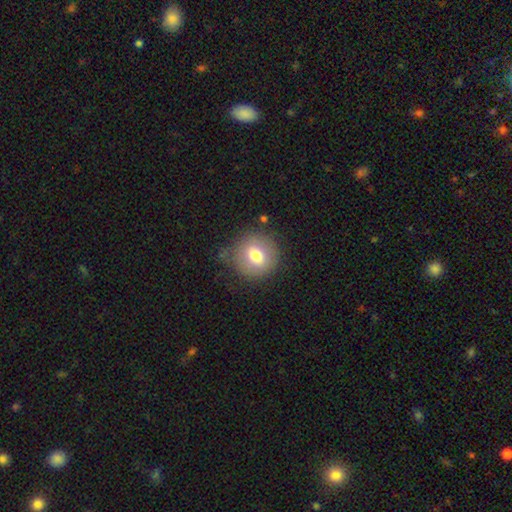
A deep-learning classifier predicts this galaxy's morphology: A smooth galaxy with no disk features (72%) that is round (88%).

Vote fractions:
- Smooth or featured? smooth: 72% / featured or disk: 19% / star or artifact: 9%
- How rounded? round: 88% / in between: 11% / cigar-shaped: 1%
- Merging? none: 77% / minor disturbance: 15% / major disturbance: 6% / merger: 3%